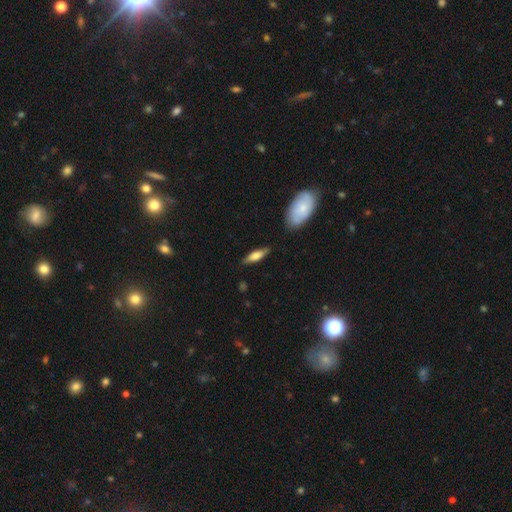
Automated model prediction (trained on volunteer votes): Q: Smooth or featured?
A: smooth (60%); runner-up: featured or disk (33%)
Q: How rounded?
A: cigar-shaped (52%); runner-up: in between (45%)
Q: Merging?
A: none (80%); runner-up: minor disturbance (15%)